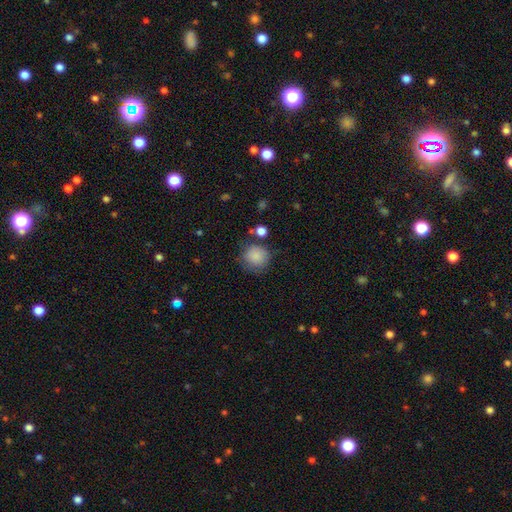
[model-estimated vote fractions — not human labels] This is clearly a smooth galaxy (85%). How rounded: clearly round (90%). Merging: likely none (69%).